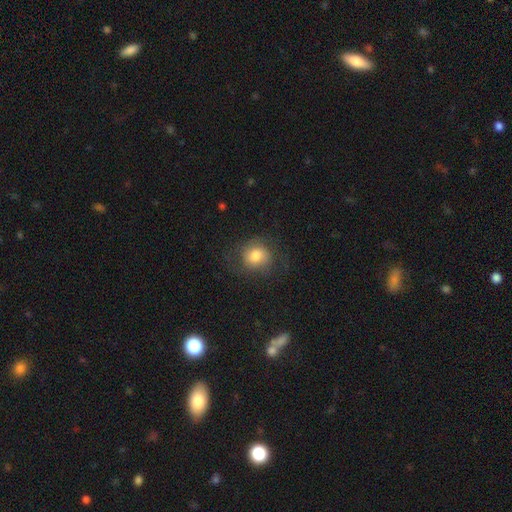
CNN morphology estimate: Q: Smooth or featured?
A: smooth (73%); runner-up: featured or disk (17%)
Q: How rounded?
A: round (73%); runner-up: in between (26%)
Q: Merging?
A: none (67%); runner-up: minor disturbance (19%)